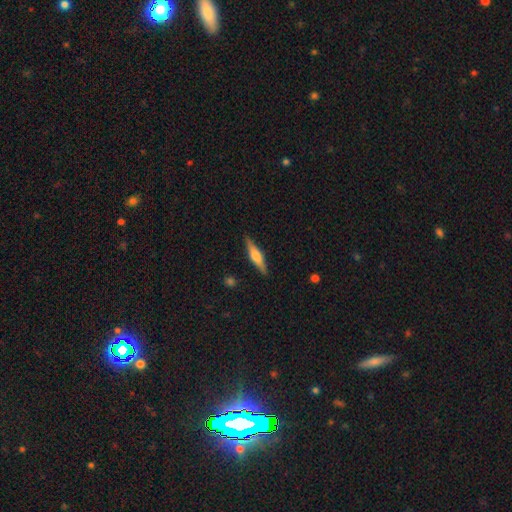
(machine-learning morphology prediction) Smooth or featured: featured or disk — 52% (smooth — 42%)
Edge-on disk: yes — 95% (no — 5%)
Merging: none — 89% (minor disturbance — 8%)